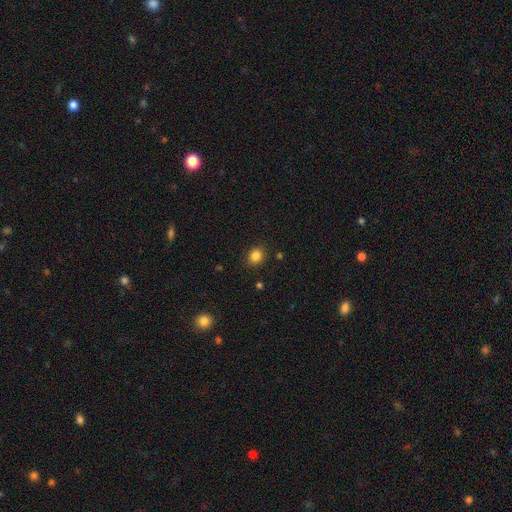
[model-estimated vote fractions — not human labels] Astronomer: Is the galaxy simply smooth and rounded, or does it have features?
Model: smooth — 84%.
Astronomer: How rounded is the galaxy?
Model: round — 73%.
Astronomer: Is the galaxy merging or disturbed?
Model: none — 87%.